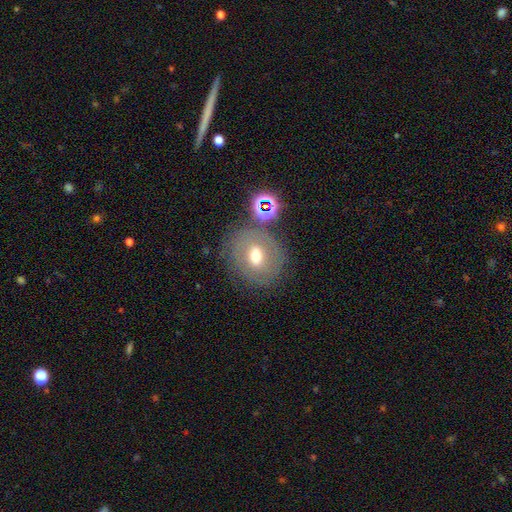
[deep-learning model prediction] A smooth galaxy with no disk features (46%).

Vote fractions:
- Smooth or featured? smooth: 46% / featured or disk: 38% / star or artifact: 15%
- Merging? none: 71% / minor disturbance: 14% / merger: 8% / major disturbance: 7%